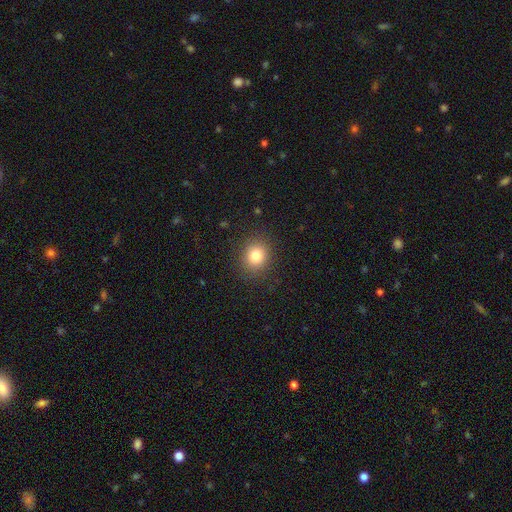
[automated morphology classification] Smooth or featured? Predicted: smooth (p=0.82). How rounded? Predicted: round (p=0.74). Merging? Predicted: none (p=0.89).